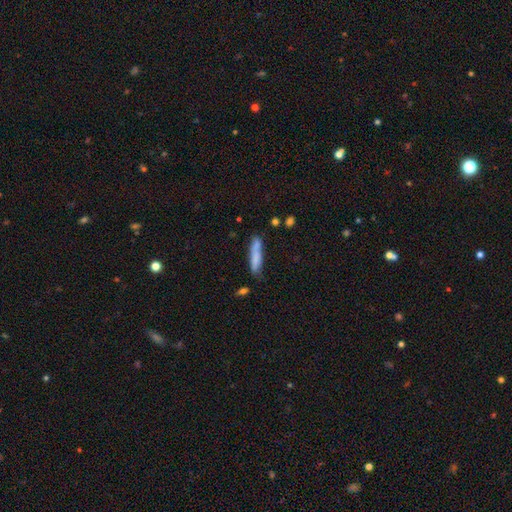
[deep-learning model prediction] Smooth or featured?
  - smooth: 74% *
  - featured or disk: 18%
  - star or artifact: 7%
How rounded?
  - cigar-shaped: 83% *
  - in between: 15%
  - round: 2%
Merging?
  - none: 64% *
  - minor disturbance: 21%
  - merger: 9%
  - major disturbance: 6%